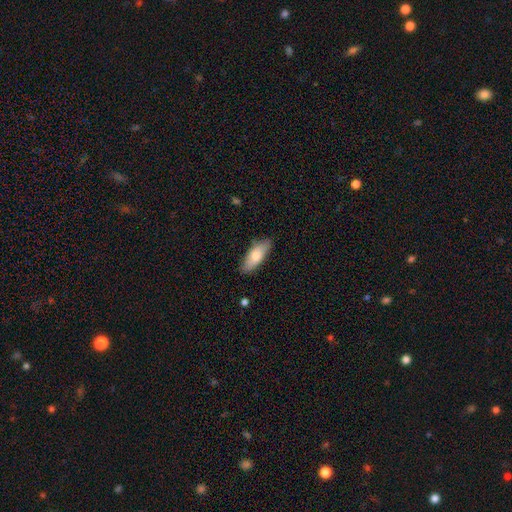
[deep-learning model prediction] smooth-or-featured: smooth: 74% | featured or disk: 20% | star or artifact: 6%
  how-rounded: in between: 75% | cigar-shaped: 23% | round: 2%
  merging: none: 83% | minor disturbance: 13% | major disturbance: 2% | merger: 1%